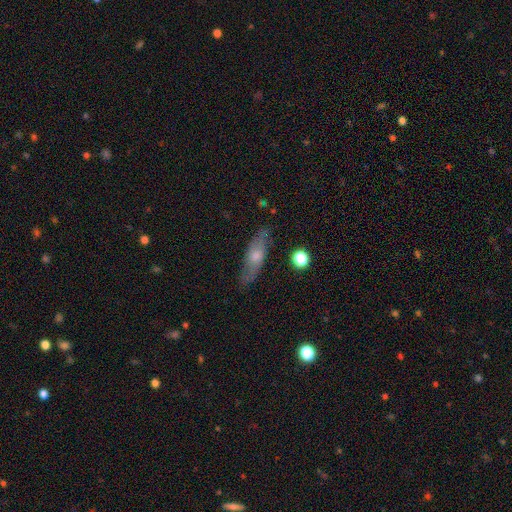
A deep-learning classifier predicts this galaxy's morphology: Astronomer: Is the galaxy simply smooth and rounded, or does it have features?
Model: featured or disk — 55% (runner-up: smooth, 37%).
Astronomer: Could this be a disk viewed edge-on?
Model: no — 55% (runner-up: yes, 45%).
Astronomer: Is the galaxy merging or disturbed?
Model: none — 81%.